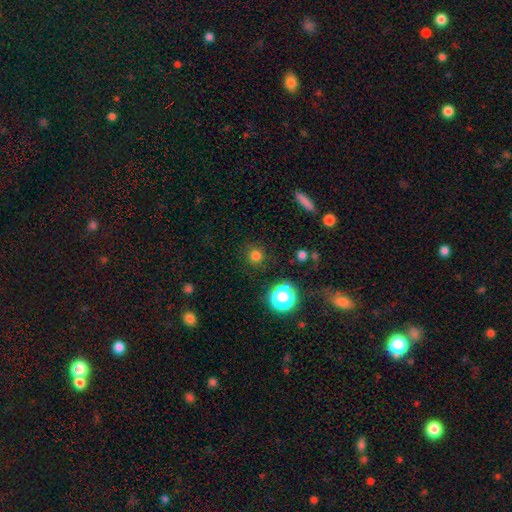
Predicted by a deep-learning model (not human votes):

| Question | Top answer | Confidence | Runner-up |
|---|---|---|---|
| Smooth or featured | smooth | 77% | star or artifact (19%) |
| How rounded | round | 95% | in between (4%) |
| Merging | none | 89% | minor disturbance (7%) |